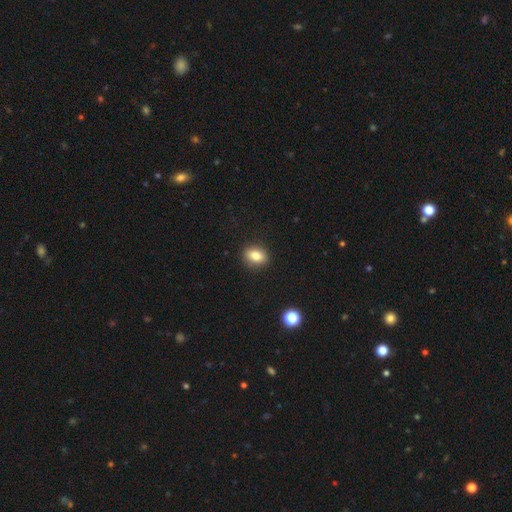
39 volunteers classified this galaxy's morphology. This appears to be a smooth galaxy with no disk features (82%) that is in between round and cigar-shaped (53%). Merging: none (91%).